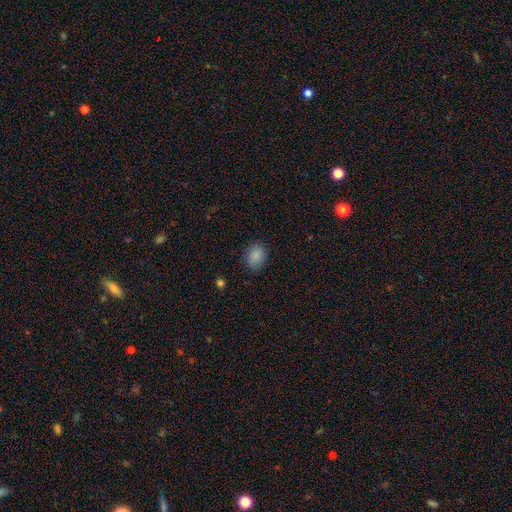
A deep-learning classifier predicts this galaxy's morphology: Smooth or featured? Predicted: smooth (p=0.87). How rounded? Predicted: in between (p=0.54). Merging? Predicted: none (p=0.83).